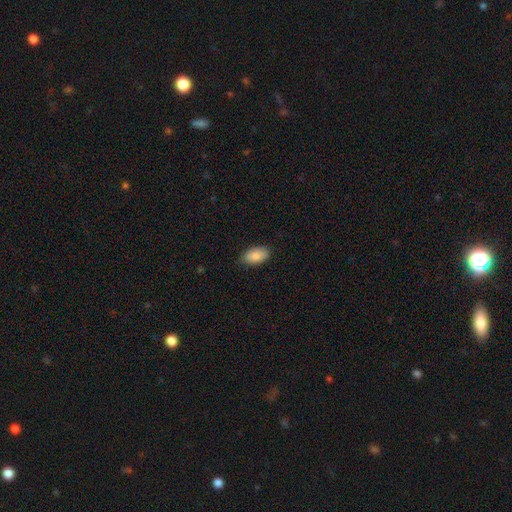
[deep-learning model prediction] Smooth or featured: smooth — 84% (featured or disk — 10%)
How rounded: in between — 93% (round — 5%)
Merging: none — 84% (minor disturbance — 13%)